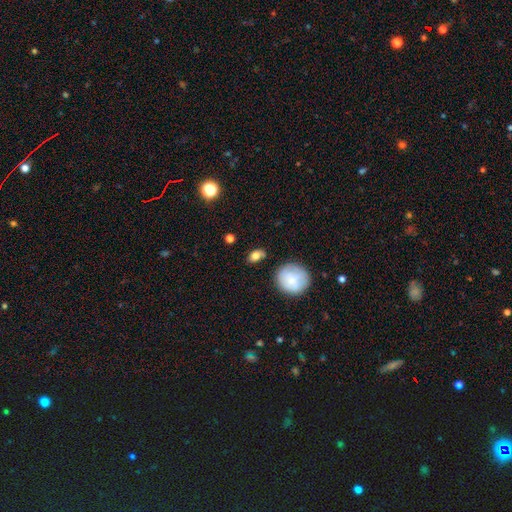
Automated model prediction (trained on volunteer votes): Smooth or featured: smooth — 81% (featured or disk — 9%)
How rounded: in between — 71% (round — 26%)
Merging: none — 74% (minor disturbance — 17%)